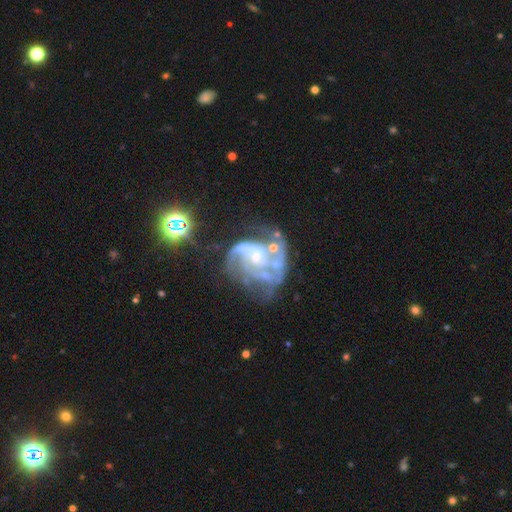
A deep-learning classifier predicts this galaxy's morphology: type=featured or disk (86%); edge-on=no (98%); bar=no (66%); spiral arms=yes (92%); winding=medium (48%); arm count=2 (42%); bulge=small (66%); merging=none (39%).